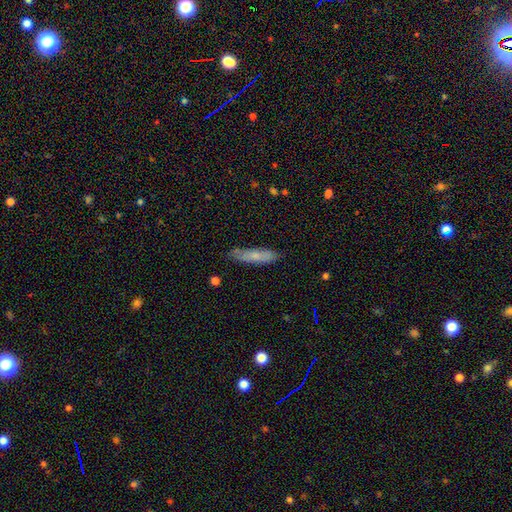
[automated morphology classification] Overall: smooth (69%). How rounded: cigar-shaped (77%). Merging: none (77%).